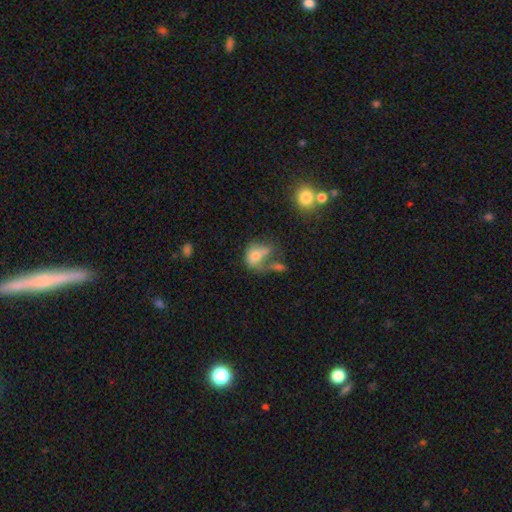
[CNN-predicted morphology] type=smooth (64%); roundness=in between (66%); merging=merger (36%).